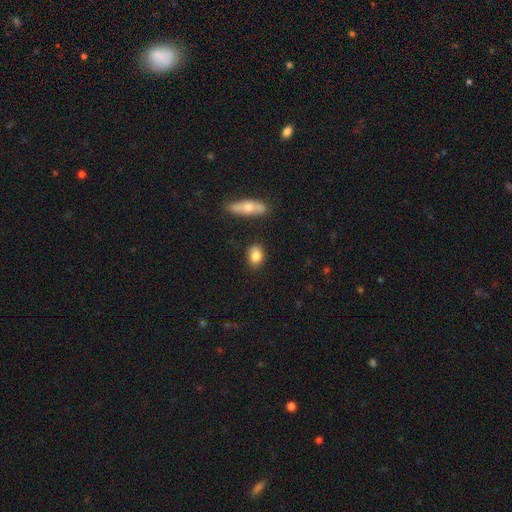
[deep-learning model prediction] Overall: smooth (83%). How rounded: in between (67%; round 30%). Merging: none (82%).